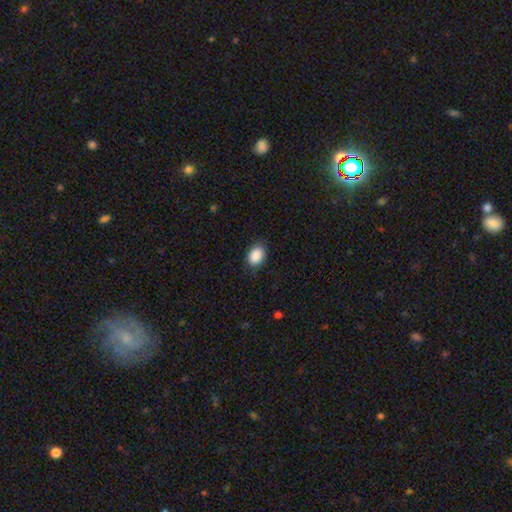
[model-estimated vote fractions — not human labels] This is clearly a smooth galaxy (90%). How rounded: likely in between (76%). Merging: clearly none (83%).